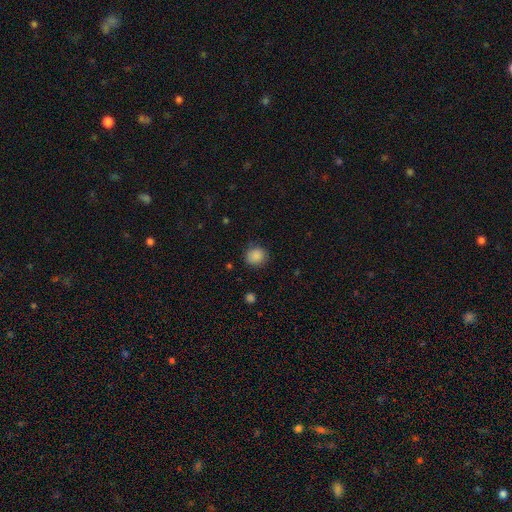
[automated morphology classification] The model was most divided on "how rounded": round: 83%, in between: 16%, cigar-shaped: 1%. More confident: smooth or featured — smooth (86%); merging — none (82%).